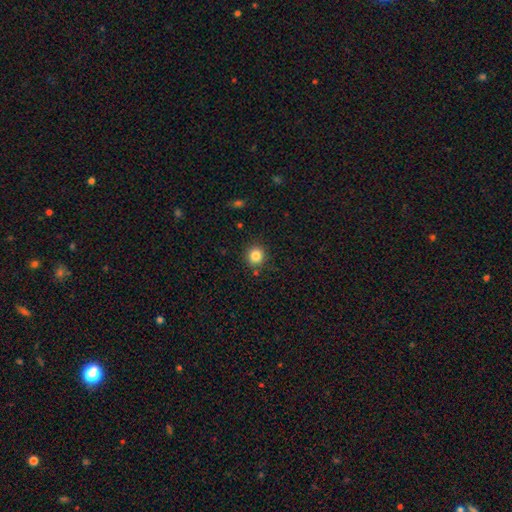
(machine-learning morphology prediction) Overall: smooth (84%). How rounded: round (92%). Merging: none (88%).